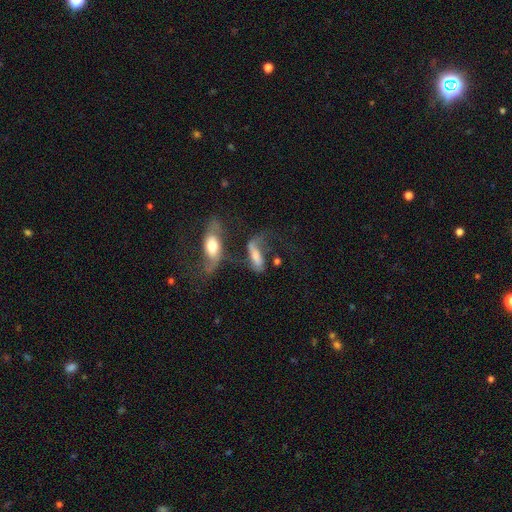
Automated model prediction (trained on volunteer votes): This is possibly a smooth galaxy (47%). Merging: marginally merger (32%).